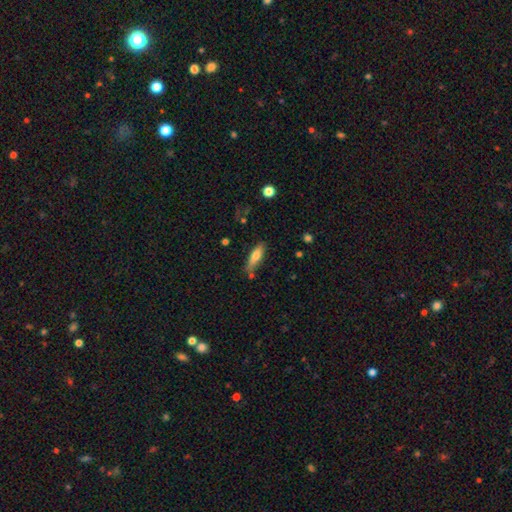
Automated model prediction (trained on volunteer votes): Smooth or featured? Predicted: smooth (p=0.68). How rounded? Predicted: cigar-shaped (p=0.57). Merging? Predicted: none (p=0.68).